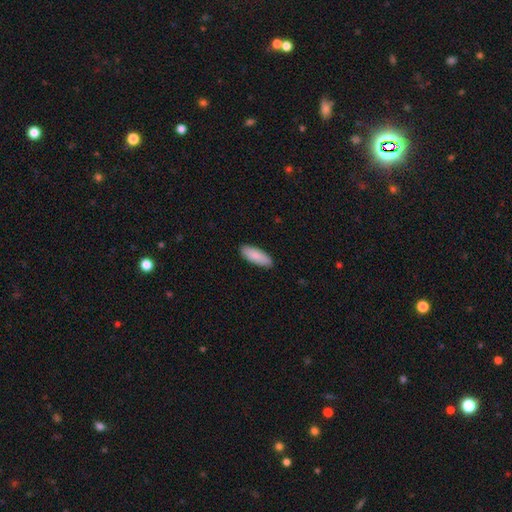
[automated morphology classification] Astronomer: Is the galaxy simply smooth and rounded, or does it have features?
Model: smooth — 90%.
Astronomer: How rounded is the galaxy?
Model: in between — 70%.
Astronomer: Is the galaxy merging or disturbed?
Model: none — 88%.